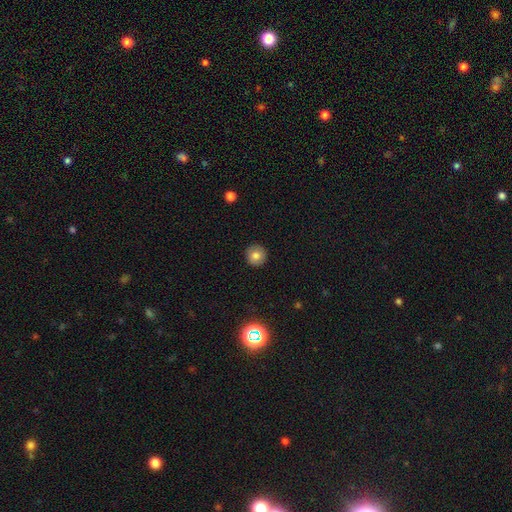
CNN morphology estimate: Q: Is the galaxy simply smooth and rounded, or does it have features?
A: smooth — 77%.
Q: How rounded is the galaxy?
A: round — 94%.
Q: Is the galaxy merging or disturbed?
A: none — 91%.